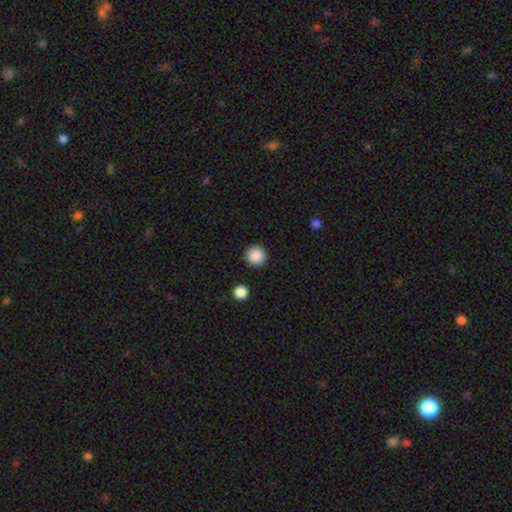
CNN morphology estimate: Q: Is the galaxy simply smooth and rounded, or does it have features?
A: smooth — 88%.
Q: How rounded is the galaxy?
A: round — 96%.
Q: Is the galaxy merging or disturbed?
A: none — 92%.